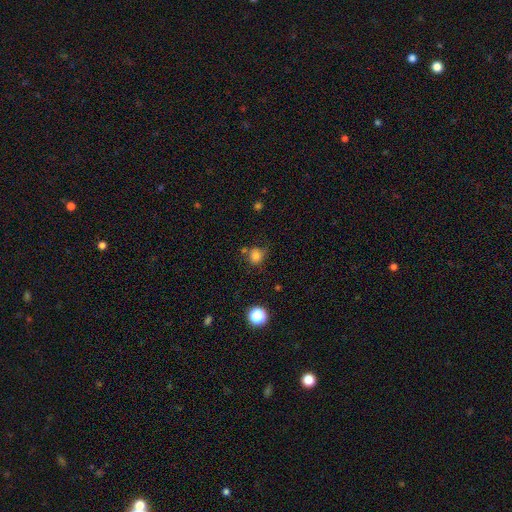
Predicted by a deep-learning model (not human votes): smooth-or-featured: smooth: 79% | star or artifact: 14% | featured or disk: 7%
  how-rounded: round: 80% | in between: 19% | cigar-shaped: 1%
  merging: none: 63% | minor disturbance: 21% | merger: 9% | major disturbance: 7%